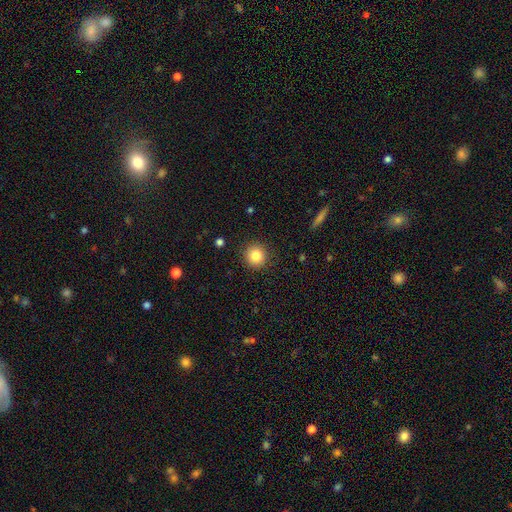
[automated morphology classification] The model was most divided on "smooth or featured": smooth: 84%, star or artifact: 10%, featured or disk: 6%. More confident: how rounded — round (93%); merging — none (91%).